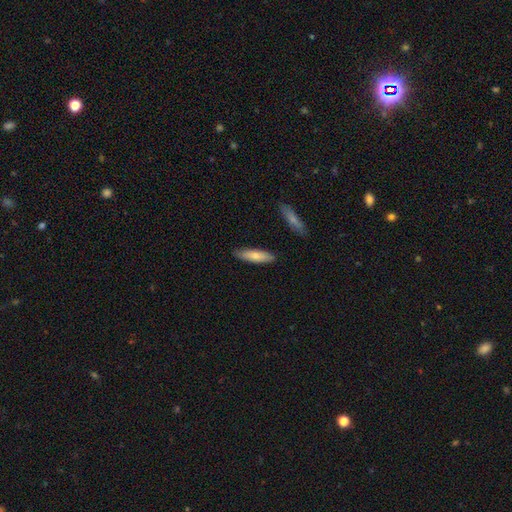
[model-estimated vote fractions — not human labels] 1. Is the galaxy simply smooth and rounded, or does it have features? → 77% smooth, 18% featured or disk, 5% star or artifact.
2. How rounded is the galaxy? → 64% cigar-shaped, 35% in between, 2% round.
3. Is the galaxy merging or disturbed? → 86% none, 10% minor disturbance, 2% merger, 2% major disturbance.